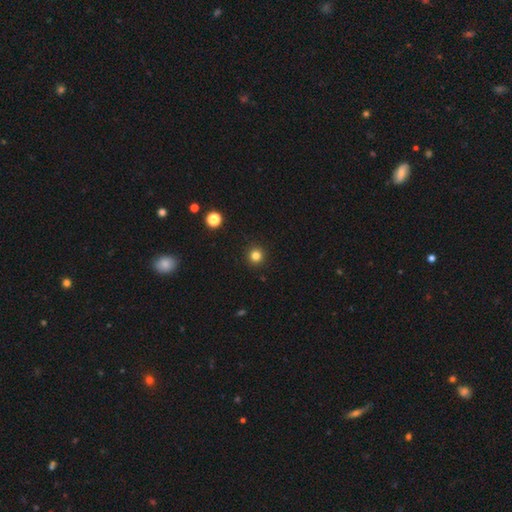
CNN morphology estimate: smooth 81%, star or artifact 14%, featured or disk 5%. Down the decision tree: how rounded — round (95%); merging — none (93%).